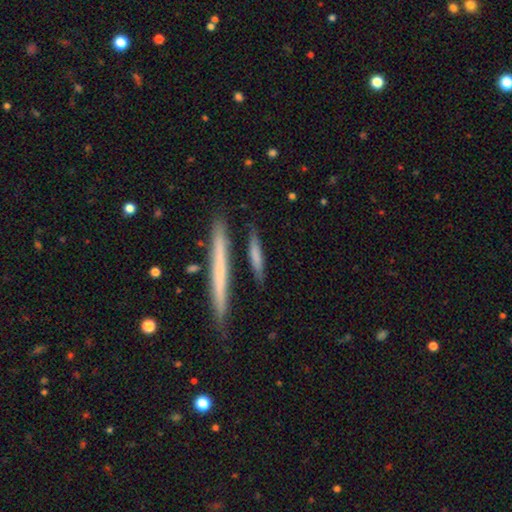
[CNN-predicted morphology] smooth-or-featured: smooth: 61% | featured or disk: 33% | star or artifact: 6%
  how-rounded: cigar-shaped: 88% | in between: 9% | round: 3%
  merging: none: 78% | minor disturbance: 12% | merger: 6% | major disturbance: 3%